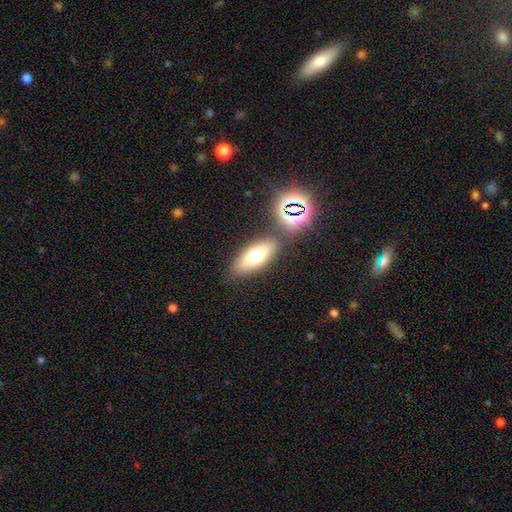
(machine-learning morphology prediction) A smooth galaxy with no disk features (66%) that is in between round and cigar-shaped (74%).

Vote fractions:
- Smooth or featured? smooth: 66% / featured or disk: 23% / star or artifact: 12%
- How rounded? in between: 74% / cigar-shaped: 22% / round: 4%
- Merging? none: 79% / minor disturbance: 10% / merger: 8% / major disturbance: 3%